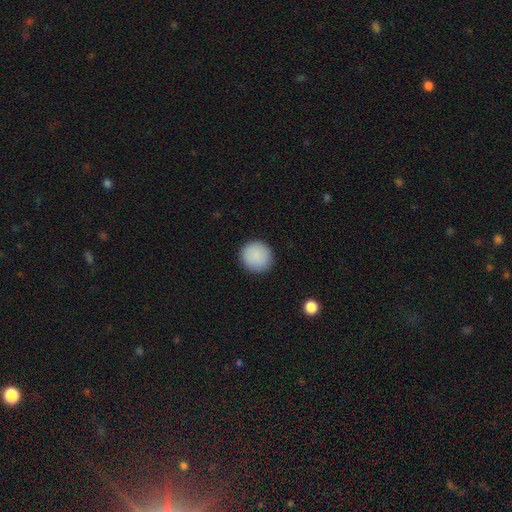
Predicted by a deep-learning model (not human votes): Morphology: type=smooth (89%); roundness=round (94%); merging=none (91%).